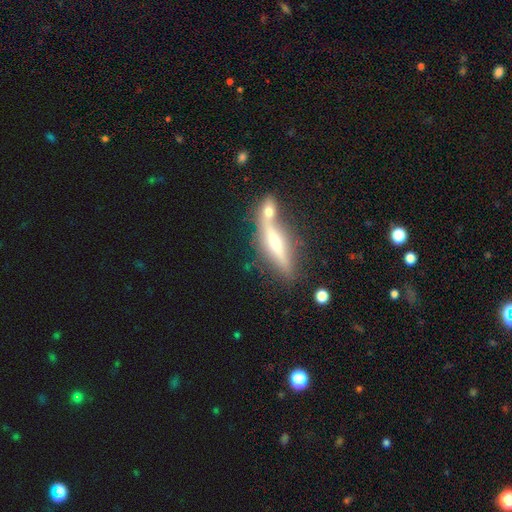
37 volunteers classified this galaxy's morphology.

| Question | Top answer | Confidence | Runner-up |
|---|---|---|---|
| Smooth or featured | featured or disk | 65% | smooth (30%) |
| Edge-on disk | yes | 92% | no (8%) |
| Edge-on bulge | rounded | 64% | none (23%) |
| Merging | merger | 51% | none (31%) |